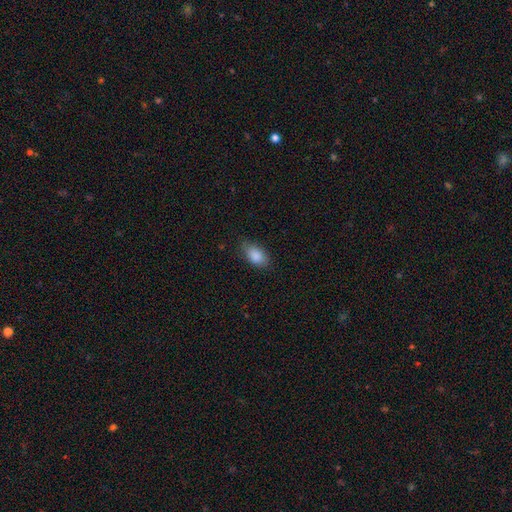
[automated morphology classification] smooth_or_featured: smooth (p=0.87) [alt: star or artifact p=0.07]
how_rounded: in between (p=0.91) [alt: round p=0.06]
merging: none (p=0.78) [alt: minor disturbance p=0.18]